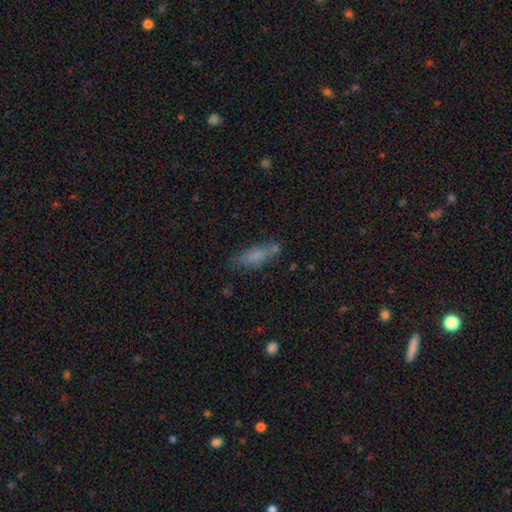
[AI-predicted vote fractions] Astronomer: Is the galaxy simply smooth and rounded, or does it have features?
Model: smooth — 71%.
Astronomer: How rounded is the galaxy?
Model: in between — 51% (runner-up: cigar-shaped, 47%).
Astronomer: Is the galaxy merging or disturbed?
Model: none — 57%.